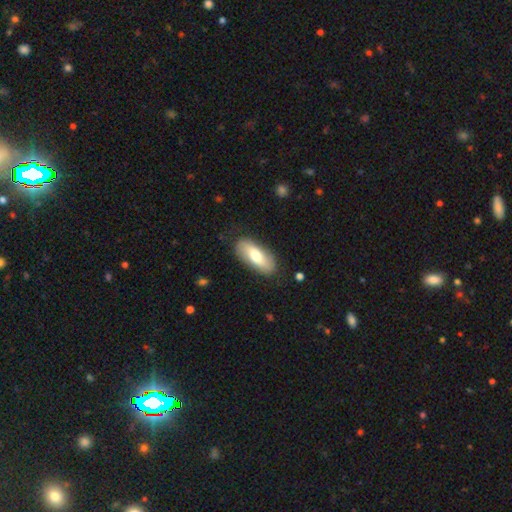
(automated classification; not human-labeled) smooth 63%, featured or disk 31%, star or artifact 5%. Down the decision tree: how rounded — in between (83%); merging — none (84%).